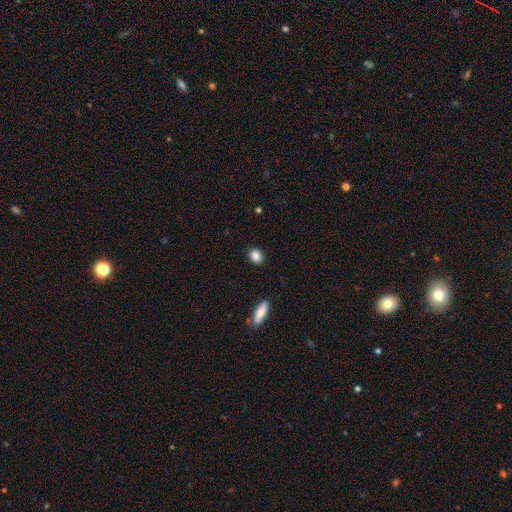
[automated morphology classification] smooth_or_featured: smooth (p=0.86) [alt: star or artifact p=0.09]
how_rounded: in between (p=0.56) [alt: round p=0.42]
merging: none (p=0.89) [alt: minor disturbance p=0.08]